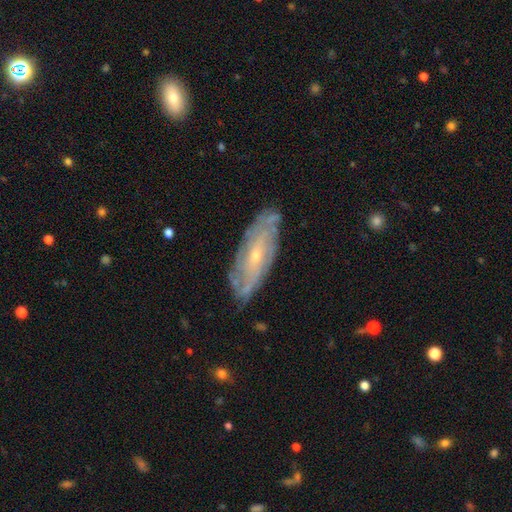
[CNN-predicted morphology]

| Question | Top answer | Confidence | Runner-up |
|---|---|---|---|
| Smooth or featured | featured or disk | 77% | smooth (17%) |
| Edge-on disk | no | 82% | yes (18%) |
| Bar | no | 62% | weak (30%) |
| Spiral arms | yes | 84% | no (16%) |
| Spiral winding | tight | 62% | medium (28%) |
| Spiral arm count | can't tell | 57% | 2 (18%) |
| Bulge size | small | 70% | moderate (27%) |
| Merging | none | 78% | minor disturbance (17%) |